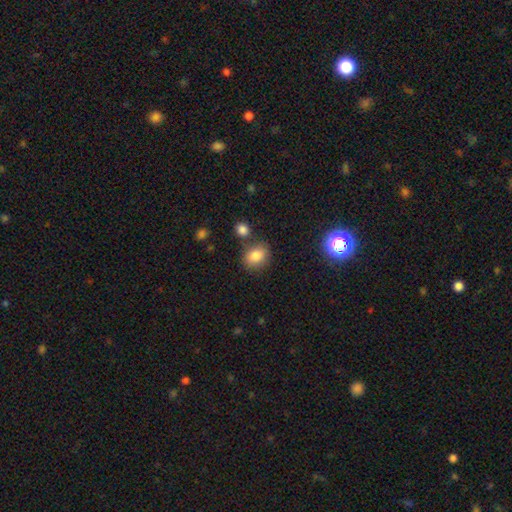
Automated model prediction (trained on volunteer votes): Smooth or featured: smooth — 81% (star or artifact — 11%)
How rounded: round — 52% (in between — 46%)
Merging: none — 73% (minor disturbance — 13%)